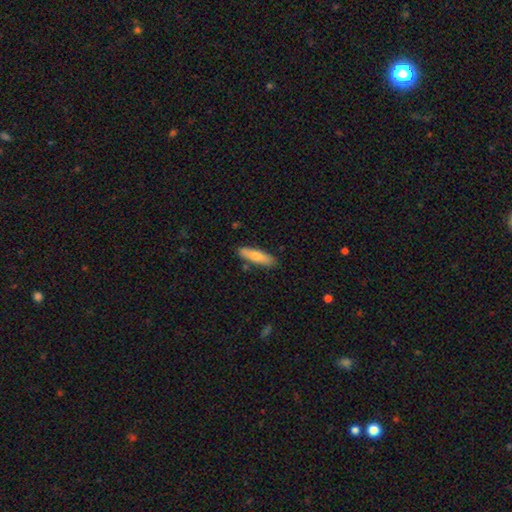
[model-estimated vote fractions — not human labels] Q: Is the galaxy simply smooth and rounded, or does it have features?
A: smooth — 70%.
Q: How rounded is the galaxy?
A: cigar-shaped — 68%.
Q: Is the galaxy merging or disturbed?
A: none — 85%.